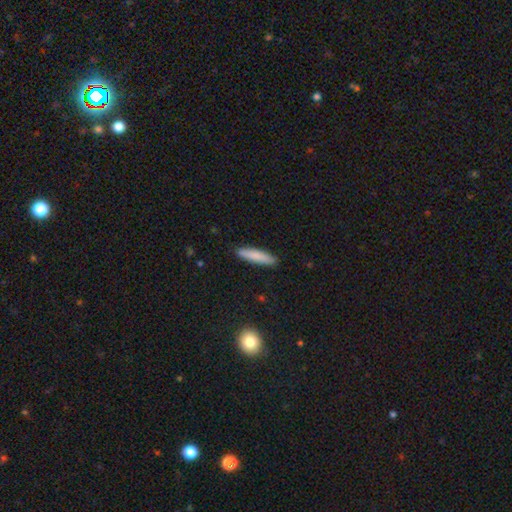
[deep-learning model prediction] Smooth or featured? Predicted: smooth (p=0.82). How rounded? Predicted: cigar-shaped (p=0.83). Merging? Predicted: none (p=0.89).